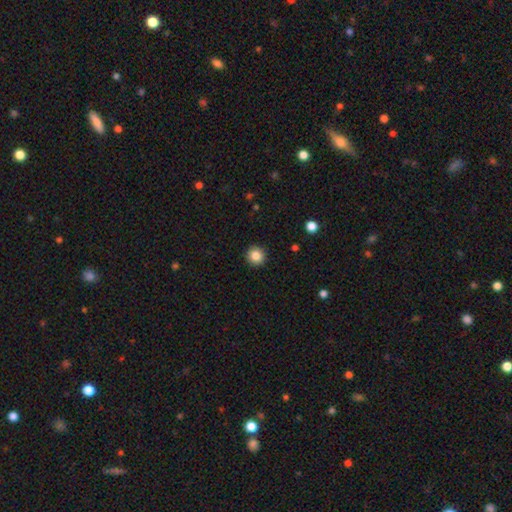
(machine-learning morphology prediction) Smooth or featured? Predicted: smooth (p=0.84). How rounded? Predicted: round (p=0.95). Merging? Predicted: none (p=0.93).